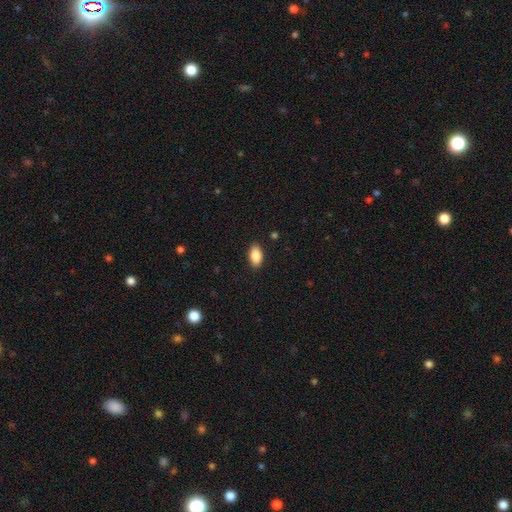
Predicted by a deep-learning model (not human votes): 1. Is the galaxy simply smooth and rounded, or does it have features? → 87% smooth, 7% star or artifact, 6% featured or disk.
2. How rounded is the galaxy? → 92% in between, 4% cigar-shaped, 4% round.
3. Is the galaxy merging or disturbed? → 89% none, 8% minor disturbance, 2% major disturbance, 1% merger.